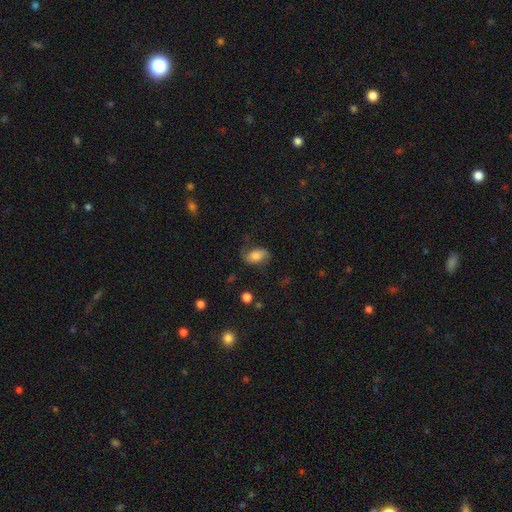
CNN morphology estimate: A smooth galaxy with no disk features (63%) that is in between round and cigar-shaped (85%). Merging: none (59%).